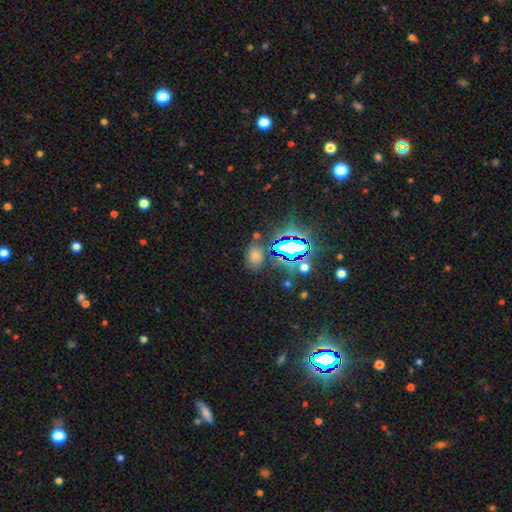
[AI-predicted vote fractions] Smooth or featured?
  - star or artifact: 51% *
  - smooth: 39%
  - featured or disk: 11%